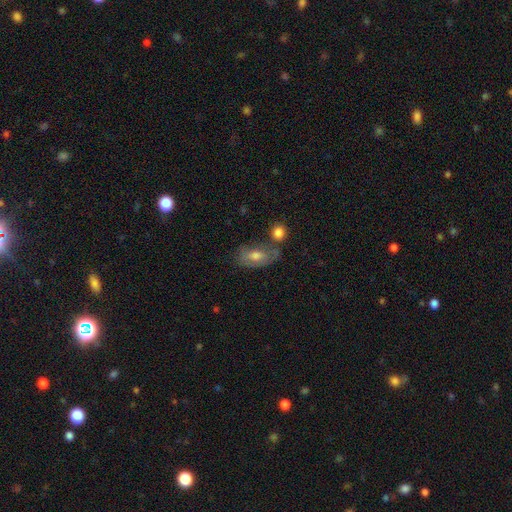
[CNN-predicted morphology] Overall: smooth (50%; featured or disk 40%). How rounded: in between (87%). Merging: none (51%; minor disturbance 22%).